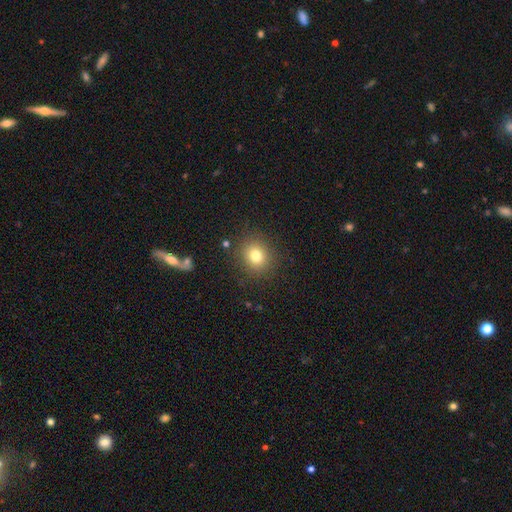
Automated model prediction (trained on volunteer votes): smooth-or-featured: smooth: 78% | star or artifact: 13% | featured or disk: 9%
  how-rounded: round: 78% | in between: 21% | cigar-shaped: 1%
  merging: none: 87% | minor disturbance: 8% | major disturbance: 3% | merger: 2%